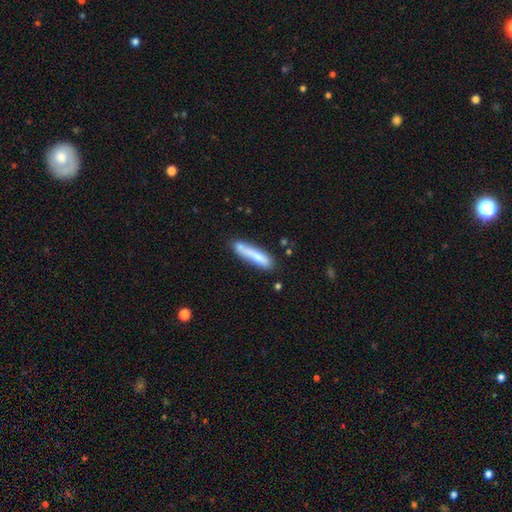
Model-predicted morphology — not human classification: This is likely a smooth galaxy (68%). How rounded: clearly cigar-shaped (85%). Merging: likely none (63%).